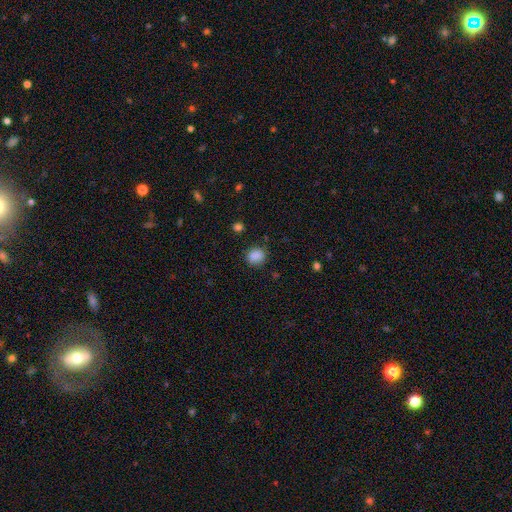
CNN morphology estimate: Smooth or featured? Predicted: smooth (p=0.86). How rounded? Predicted: round (p=0.69). Merging? Predicted: none (p=0.81).